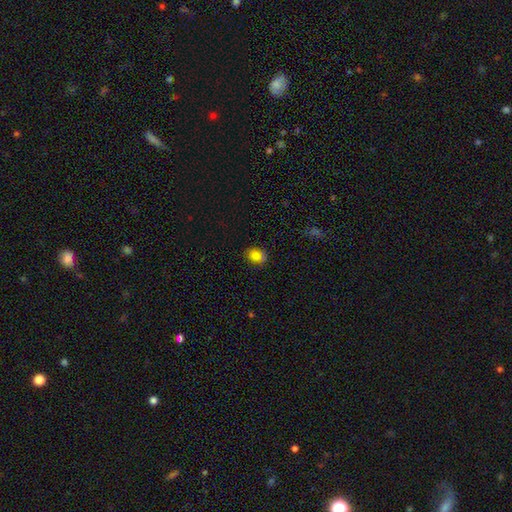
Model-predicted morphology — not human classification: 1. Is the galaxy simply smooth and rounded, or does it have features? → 78% smooth, 13% star or artifact, 8% featured or disk.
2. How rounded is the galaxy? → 57% round, 42% in between, 1% cigar-shaped.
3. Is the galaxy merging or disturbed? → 67% none, 18% minor disturbance, 10% merger, 4% major disturbance.